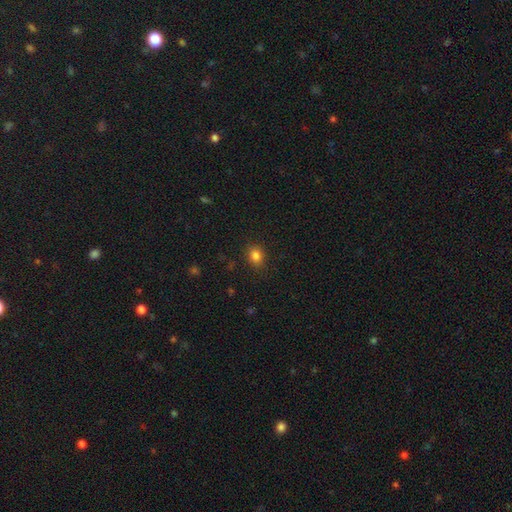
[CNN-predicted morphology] smooth_or_featured: smooth (p=0.83) [alt: star or artifact p=0.12]
how_rounded: round (p=0.54) [alt: in between p=0.45]
merging: none (p=0.88) [alt: minor disturbance p=0.09]